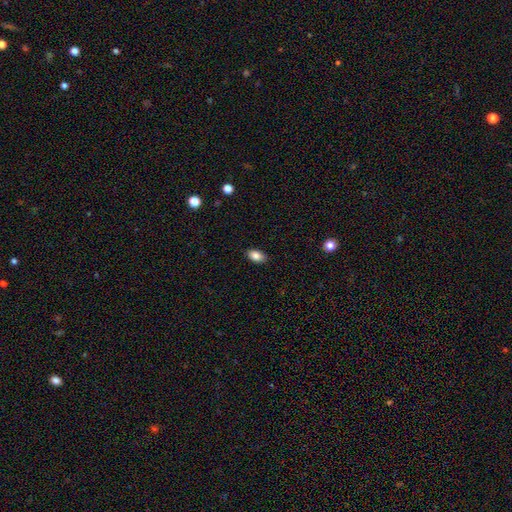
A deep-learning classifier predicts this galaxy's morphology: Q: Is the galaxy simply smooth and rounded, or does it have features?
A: smooth — 84%.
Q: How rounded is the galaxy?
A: in between — 91%.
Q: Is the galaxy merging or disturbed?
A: none — 88%.